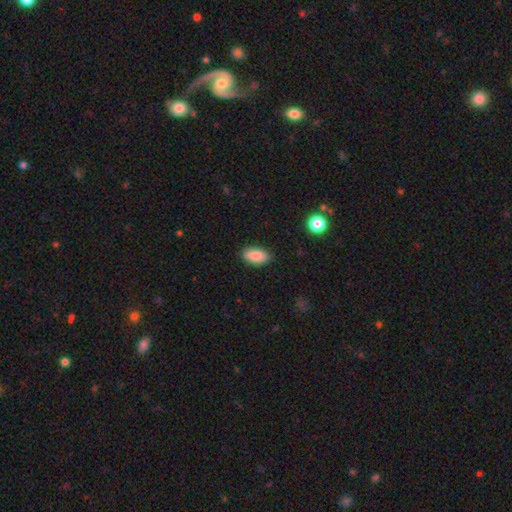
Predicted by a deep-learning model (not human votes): Overall: smooth (88%). How rounded: in between (93%). Merging: none (86%).